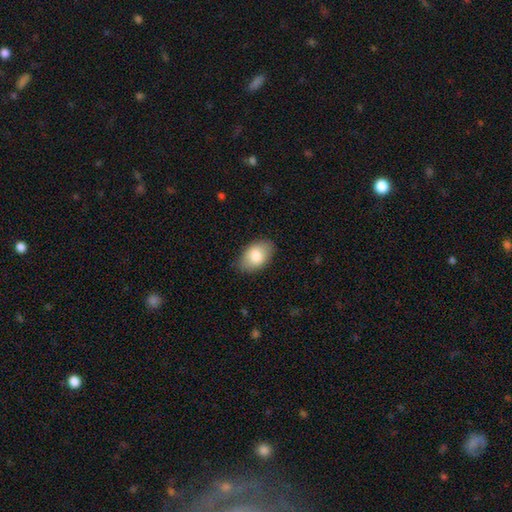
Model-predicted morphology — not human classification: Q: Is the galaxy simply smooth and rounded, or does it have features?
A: smooth — 83%.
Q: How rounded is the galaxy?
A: in between — 91%.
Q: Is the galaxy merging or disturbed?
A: none — 83%.